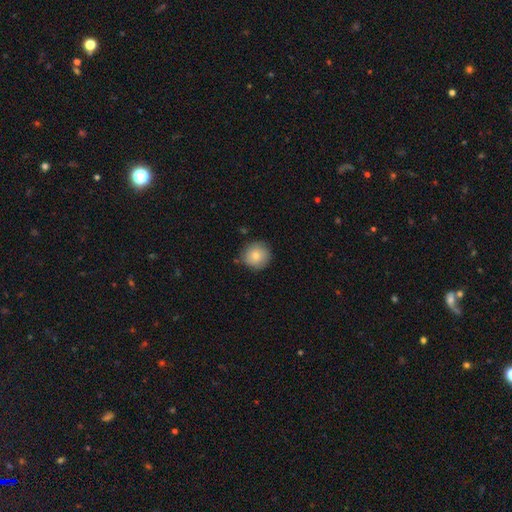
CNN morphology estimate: Q: Smooth or featured?
A: smooth (81%); runner-up: featured or disk (12%)
Q: How rounded?
A: round (93%); runner-up: in between (7%)
Q: Merging?
A: none (83%); runner-up: minor disturbance (13%)